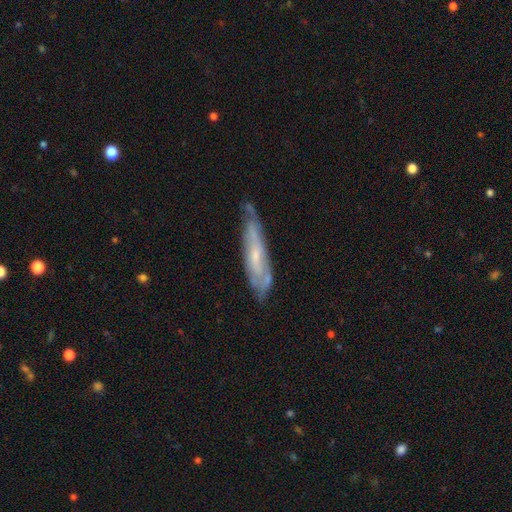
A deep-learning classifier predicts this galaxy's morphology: Smooth or featured? Predicted: featured or disk (p=0.67). Edge-on disk? Predicted: no (p=0.57). Merging? Predicted: none (p=0.61).